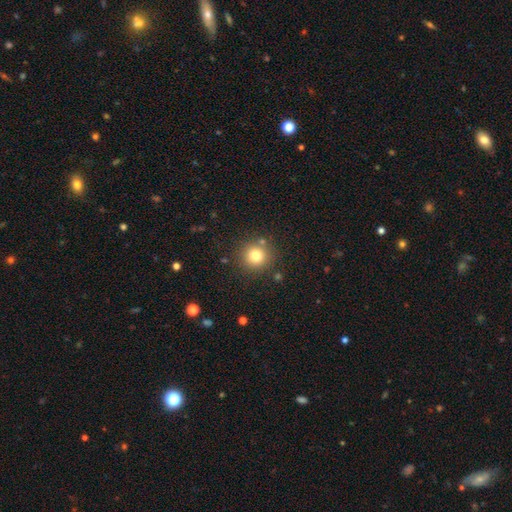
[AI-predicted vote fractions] Smooth or featured?
  - smooth: 78% *
  - star or artifact: 13%
  - featured or disk: 9%
How rounded?
  - round: 94% *
  - in between: 5%
  - cigar-shaped: 1%
Merging?
  - none: 85% *
  - minor disturbance: 8%
  - merger: 4%
  - major disturbance: 3%